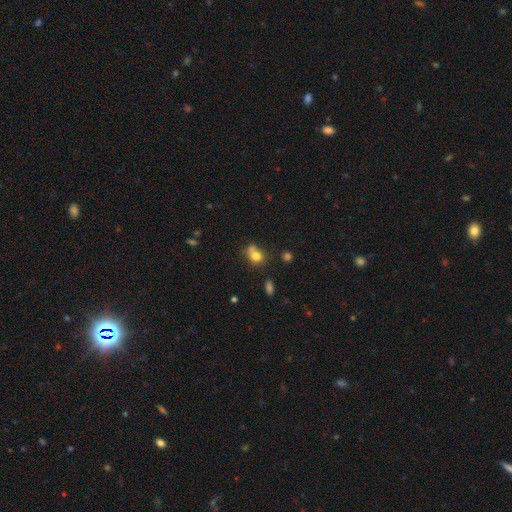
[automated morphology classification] A smooth galaxy with no disk features (76%) that is round (60%).

Vote fractions:
- Smooth or featured? smooth: 76% / star or artifact: 12% / featured or disk: 12%
- How rounded? round: 60% / in between: 39% / cigar-shaped: 1%
- Merging? none: 44% / merger: 31% / minor disturbance: 17% / major disturbance: 8%